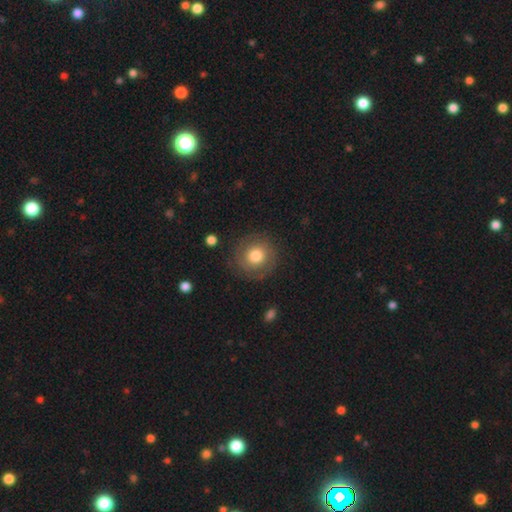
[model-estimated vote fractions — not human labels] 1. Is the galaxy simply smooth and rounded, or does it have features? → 59% smooth, 33% featured or disk, 9% star or artifact.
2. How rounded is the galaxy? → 93% round, 7% in between, 1% cigar-shaped.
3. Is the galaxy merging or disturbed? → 84% none, 10% minor disturbance, 5% major disturbance, 1% merger.